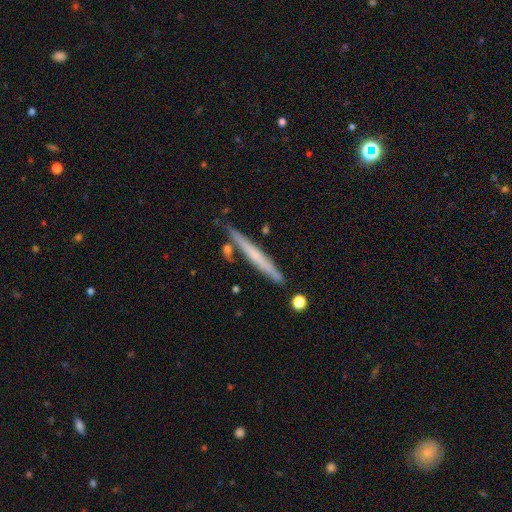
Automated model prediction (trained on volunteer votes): Morphology: type=smooth (47%); merging=none (82%).